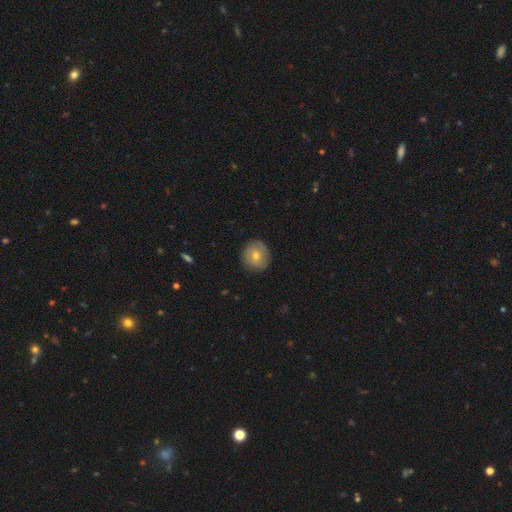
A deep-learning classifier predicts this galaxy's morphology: Overall: smooth (58%; featured or disk 33%). How rounded: round (92%). Merging: none (88%).